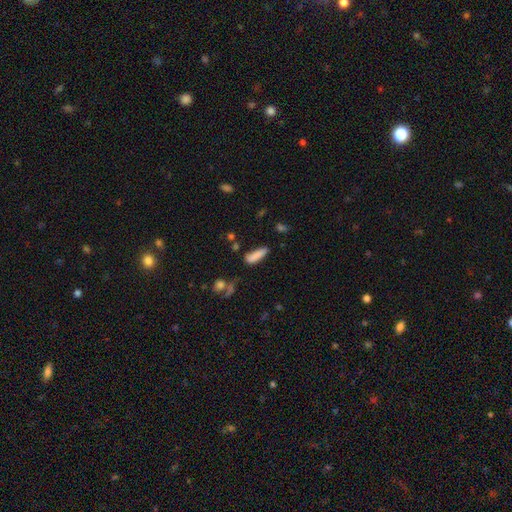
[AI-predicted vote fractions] A smooth galaxy with no disk features (84%) that is cigar-shaped (60%).

Vote fractions:
- Smooth or featured? smooth: 84% / star or artifact: 8% / featured or disk: 8%
- How rounded? cigar-shaped: 60% / in between: 38% / round: 2%
- Merging? none: 70% / minor disturbance: 19% / major disturbance: 5% / merger: 5%